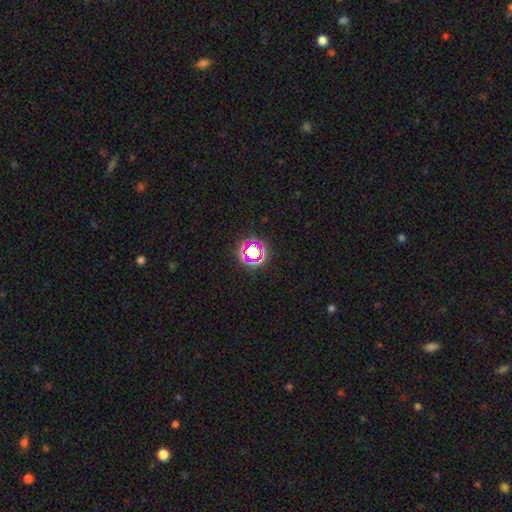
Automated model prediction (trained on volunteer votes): This appears to be a star or artifact, not a galaxy (61%).